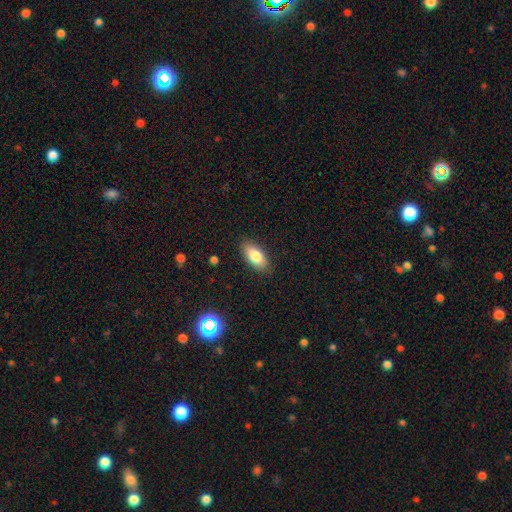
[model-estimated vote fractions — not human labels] smooth 83%, featured or disk 10%, star or artifact 7%. Down the decision tree: how rounded — in between (89%); merging — none (87%).